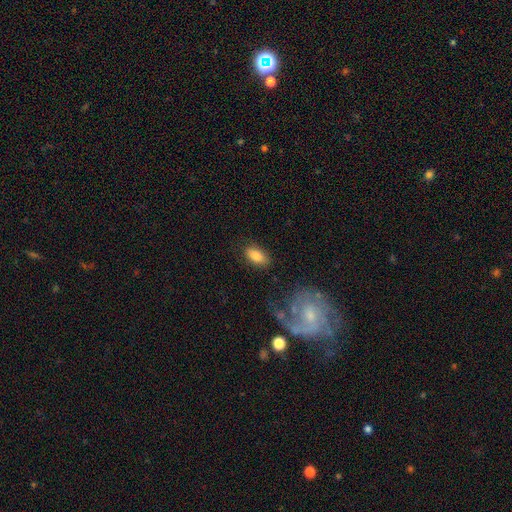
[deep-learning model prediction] smooth 84%, featured or disk 9%, star or artifact 7%. Down the decision tree: how rounded — in between (91%); merging — none (82%).